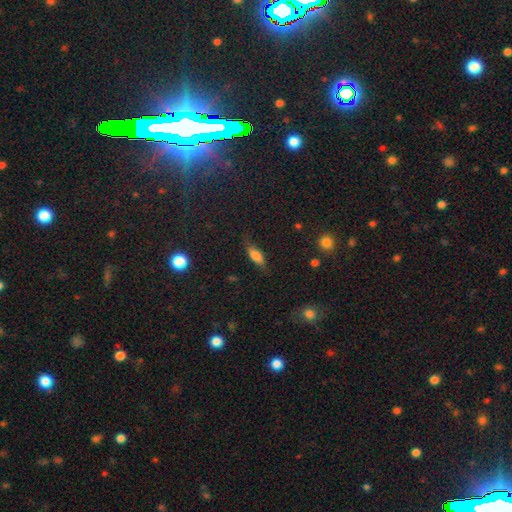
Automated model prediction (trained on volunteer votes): Q: Smooth or featured?
A: smooth (69%); runner-up: featured or disk (21%)
Q: How rounded?
A: in between (71%); runner-up: cigar-shaped (25%)
Q: Merging?
A: none (67%); runner-up: minor disturbance (24%)